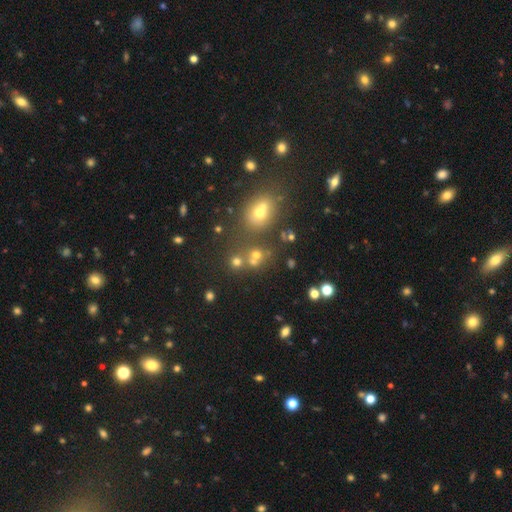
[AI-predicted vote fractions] Morphology: type=smooth (53%); roundness=round (71%); merging=none (56%).